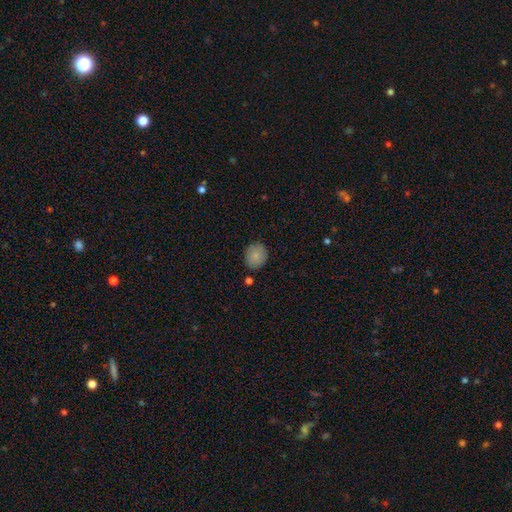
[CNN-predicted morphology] smooth-or-featured: smooth: 87% | star or artifact: 8% | featured or disk: 5%
  how-rounded: round: 67% | in between: 32% | cigar-shaped: 1%
  merging: none: 83% | minor disturbance: 11% | merger: 3% | major disturbance: 3%